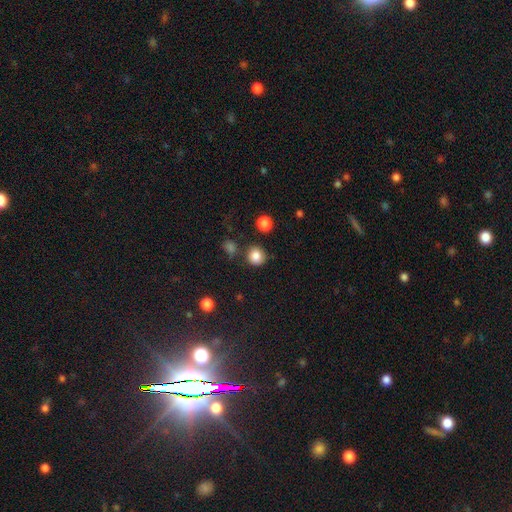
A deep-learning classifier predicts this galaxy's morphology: Smooth or featured? Predicted: smooth (p=0.84). How rounded? Predicted: round (p=0.88). Merging? Predicted: none (p=0.82).